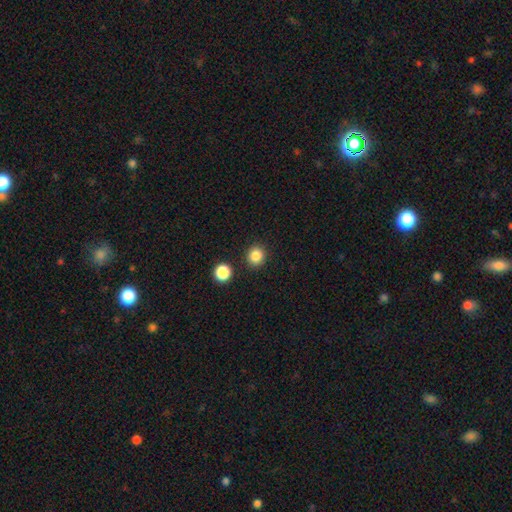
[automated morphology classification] Smooth or featured? Predicted: smooth (p=0.85). How rounded? Predicted: round (p=0.87). Merging? Predicted: none (p=0.88).